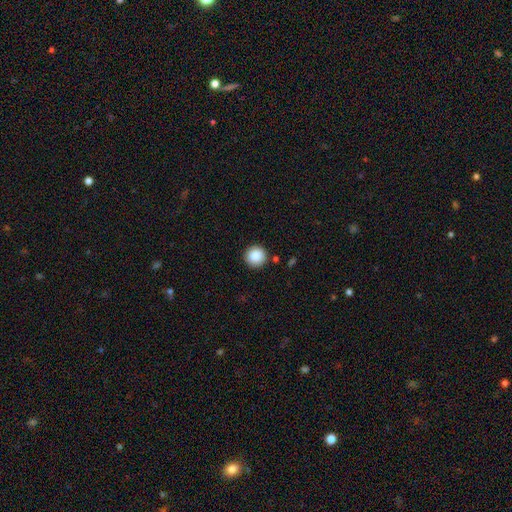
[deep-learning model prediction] Smooth or featured? Predicted: smooth (p=0.85). How rounded? Predicted: round (p=0.96). Merging? Predicted: none (p=0.91).